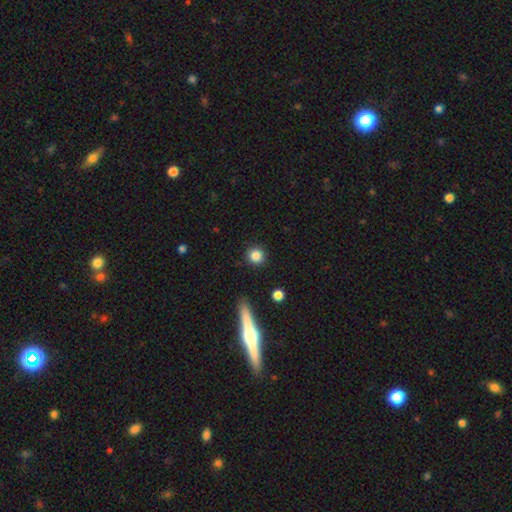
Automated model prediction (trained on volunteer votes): smooth 85%, star or artifact 10%, featured or disk 5%. Down the decision tree: how rounded — round (92%); merging — none (90%).